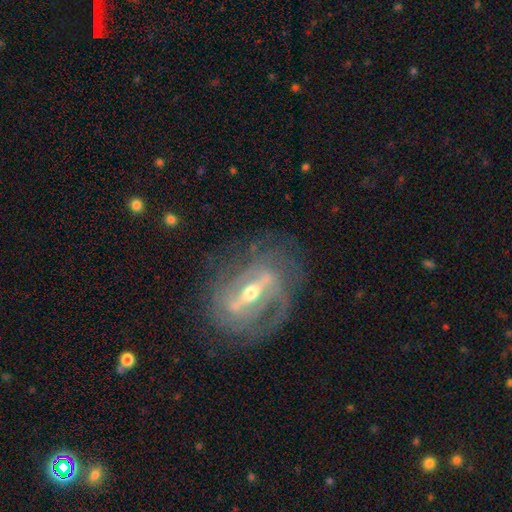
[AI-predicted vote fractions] This is clearly a featured or disk galaxy (85%). It is clearly not viewed edge-on (89%). Bar: likely strong (67%). Spiral arm pattern: clearly yes (88%). Spiral arm count: marginally 2 (44%). Spiral winding: possibly tight (48%). Central bulge: possibly moderate (56%). Merging: likely none (72%).